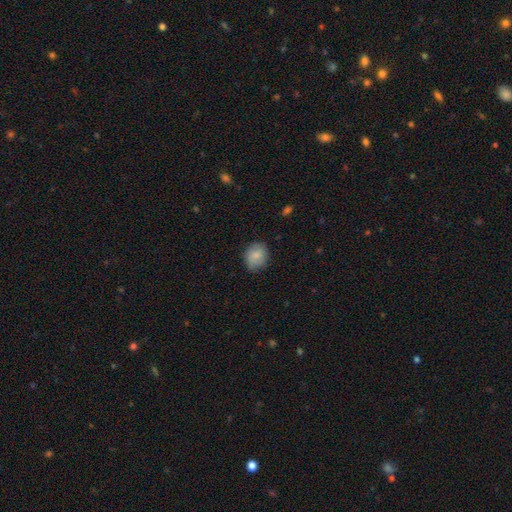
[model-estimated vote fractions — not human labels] A smooth galaxy with no disk features (83%) that is round (60%). Merging: none (79%).